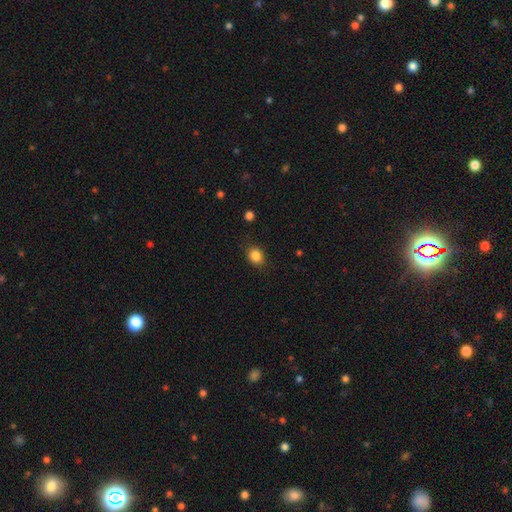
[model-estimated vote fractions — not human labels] smooth_or_featured: smooth (p=0.85) [alt: star or artifact p=0.10]
how_rounded: round (p=0.56) [alt: in between p=0.43]
merging: none (p=0.83) [alt: minor disturbance p=0.12]